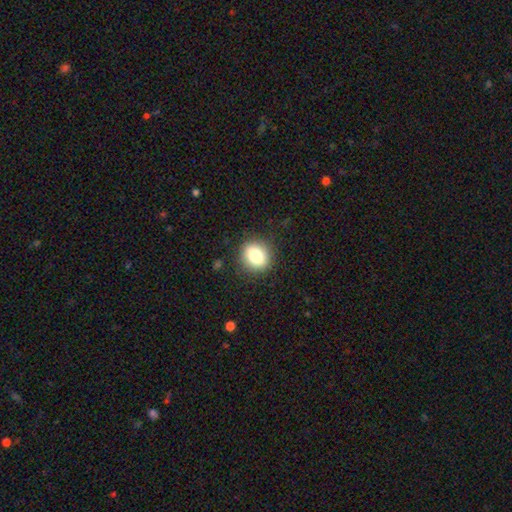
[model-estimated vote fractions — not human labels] A smooth galaxy with no disk features (84%) that is round (67%). Merging: none (87%).